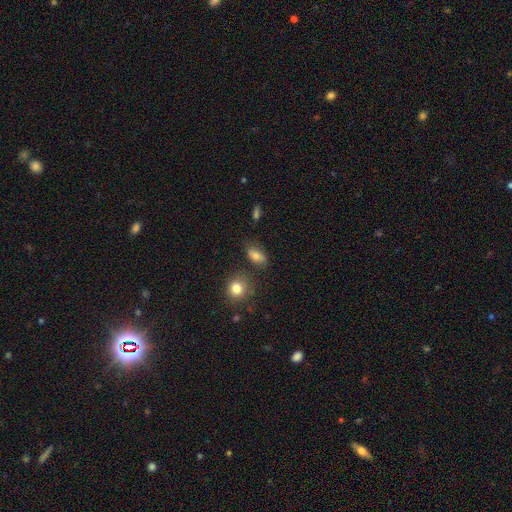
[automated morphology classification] This is likely a smooth galaxy (77%). How rounded: clearly in between (84%). Merging: likely none (70%).